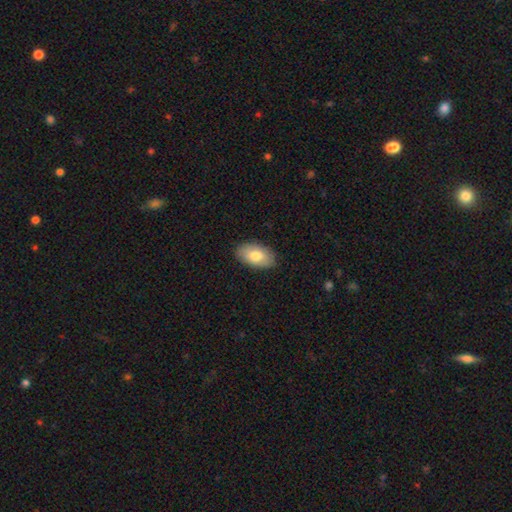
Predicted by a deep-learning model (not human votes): Smooth or featured: smooth — 80% (featured or disk — 14%)
How rounded: in between — 94% (round — 4%)
Merging: none — 87% (minor disturbance — 10%)